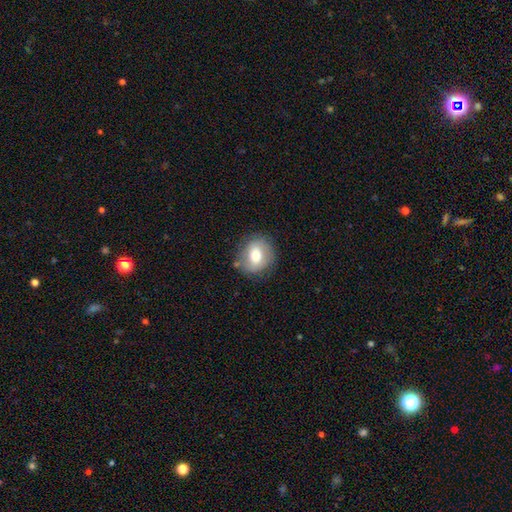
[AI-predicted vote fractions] A smooth galaxy with no disk features (68%) that is round (68%). Merging: none (78%).